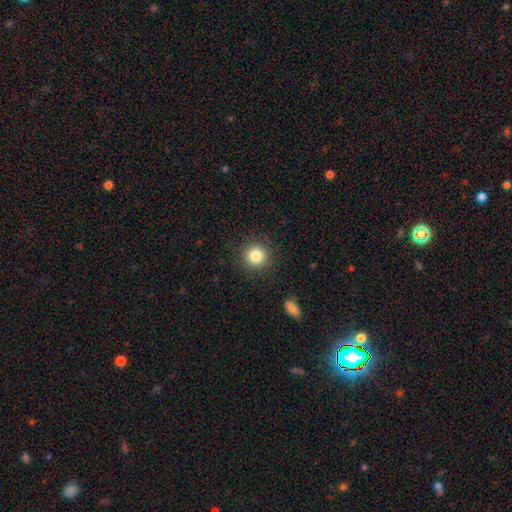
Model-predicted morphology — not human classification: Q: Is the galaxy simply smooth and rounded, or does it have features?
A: smooth — 85%.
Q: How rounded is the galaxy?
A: round — 93%.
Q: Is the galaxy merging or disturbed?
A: none — 90%.